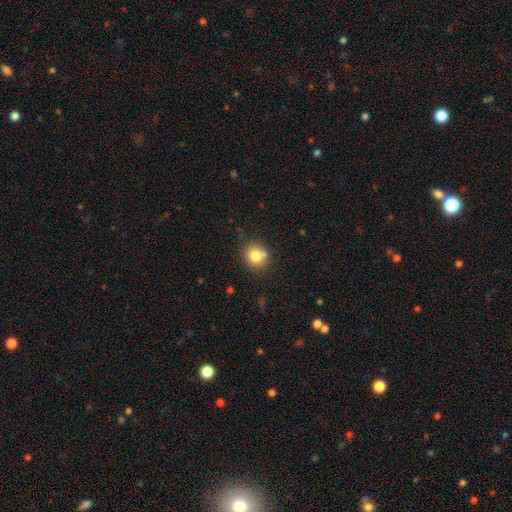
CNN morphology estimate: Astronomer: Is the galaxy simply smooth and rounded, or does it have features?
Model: smooth — 78%.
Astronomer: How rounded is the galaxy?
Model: round — 76%.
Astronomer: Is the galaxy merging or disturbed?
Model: none — 67%.